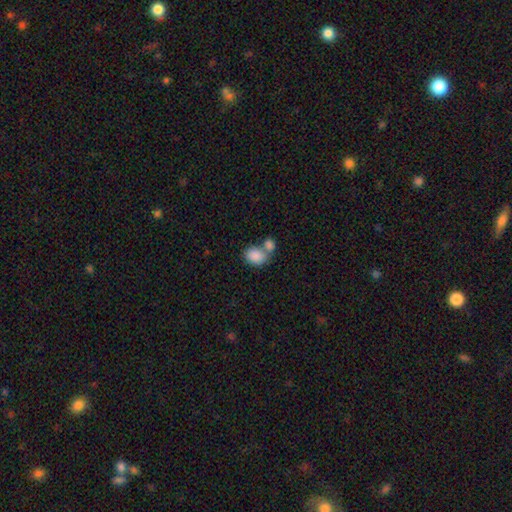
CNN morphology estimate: Smooth or featured? smooth (86%)
How rounded? in between (75%)
Merging? merger (50%)